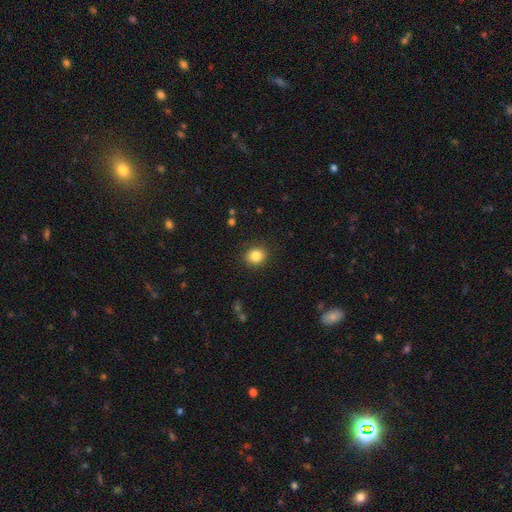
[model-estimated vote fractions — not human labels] Smooth or featured?
  - smooth: 84% *
  - star or artifact: 10%
  - featured or disk: 6%
How rounded?
  - round: 83% *
  - in between: 16%
  - cigar-shaped: 1%
Merging?
  - none: 90% *
  - minor disturbance: 7%
  - major disturbance: 2%
  - merger: 1%